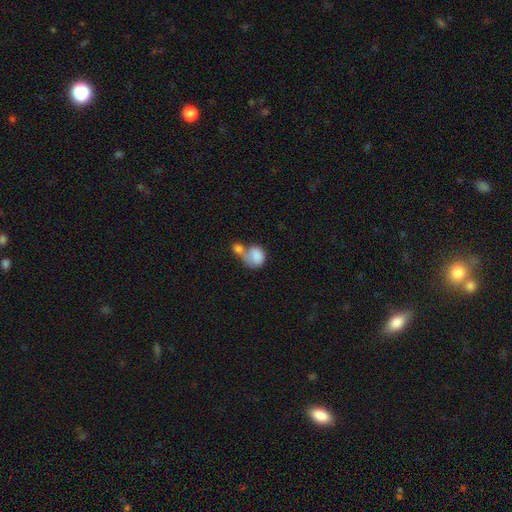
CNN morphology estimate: Smooth or featured? smooth (81%)
How rounded? round (55%)
Merging? merger (65%)